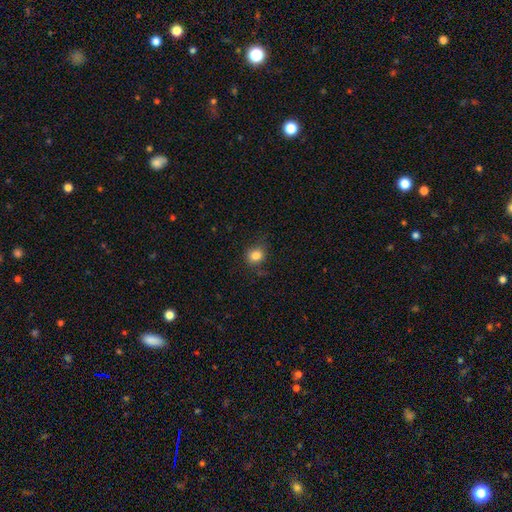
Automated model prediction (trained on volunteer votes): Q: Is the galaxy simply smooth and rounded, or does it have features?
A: smooth — 83%.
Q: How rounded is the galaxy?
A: round — 74%.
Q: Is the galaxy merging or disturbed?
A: none — 76%.